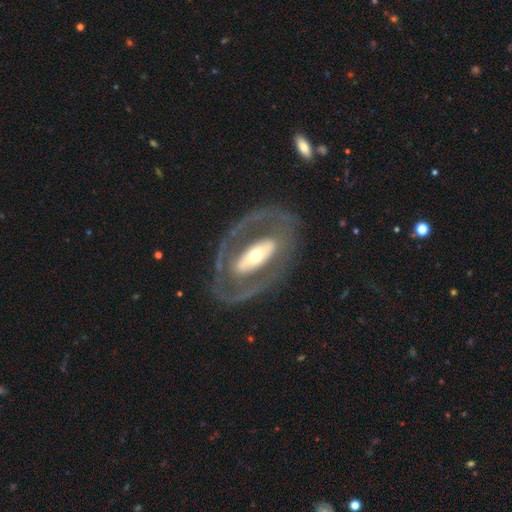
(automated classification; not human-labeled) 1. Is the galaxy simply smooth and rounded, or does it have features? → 78% featured or disk, 17% smooth, 5% star or artifact.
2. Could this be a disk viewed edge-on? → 90% no, 10% yes.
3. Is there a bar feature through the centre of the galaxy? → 45% strong, 34% no, 21% weak.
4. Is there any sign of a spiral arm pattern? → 54% no, 46% yes.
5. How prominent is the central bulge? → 60% moderate, 20% small, 17% large, 2% dominant, 1% none.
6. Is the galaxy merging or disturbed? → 74% none, 13% minor disturbance, 12% major disturbance, 2% merger.